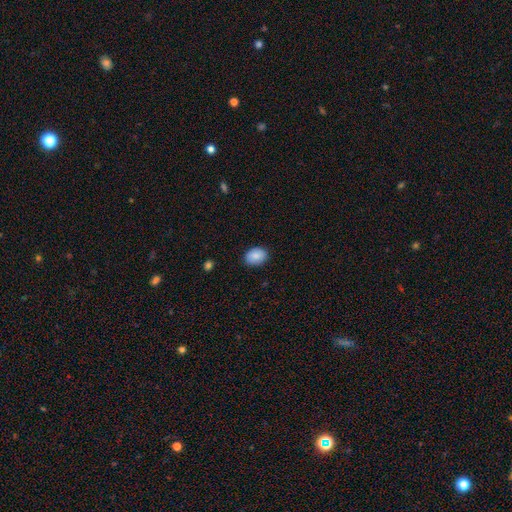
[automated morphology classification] A smooth galaxy with no disk features (87%) that is in between round and cigar-shaped (71%).

Vote fractions:
- Smooth or featured? smooth: 87% / star or artifact: 7% / featured or disk: 6%
- How rounded? in between: 71% / round: 28% / cigar-shaped: 1%
- Merging? none: 86% / minor disturbance: 11% / major disturbance: 2% / merger: 1%